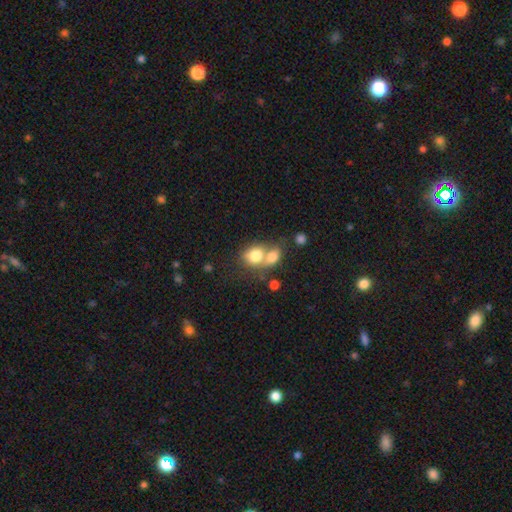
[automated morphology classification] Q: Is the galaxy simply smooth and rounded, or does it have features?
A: smooth — 75%.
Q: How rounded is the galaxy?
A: round — 56%.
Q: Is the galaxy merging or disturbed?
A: merger — 64%.